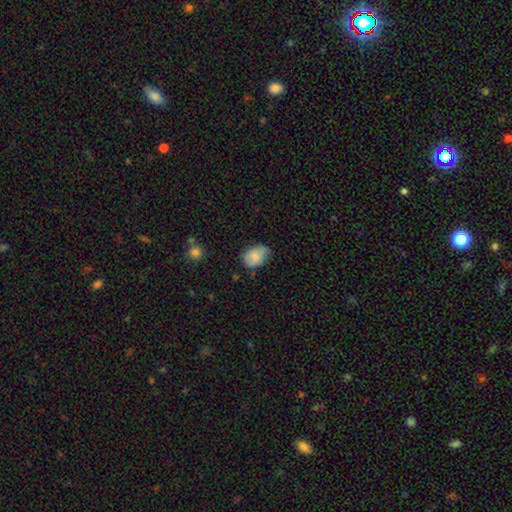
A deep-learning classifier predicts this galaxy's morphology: Smooth or featured: smooth — 78% (featured or disk — 15%)
How rounded: in between — 73% (round — 26%)
Merging: none — 52% (minor disturbance — 38%)